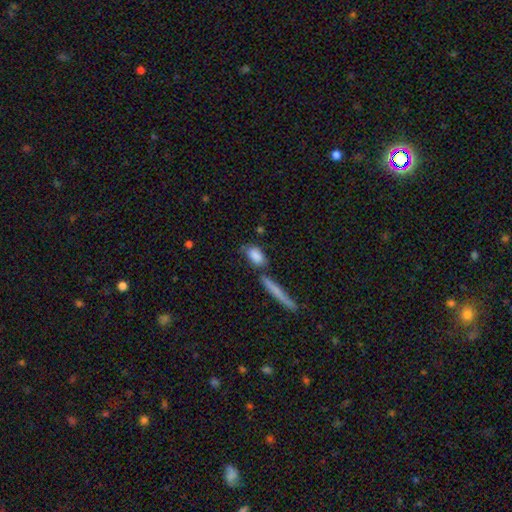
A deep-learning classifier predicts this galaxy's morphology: Q: Smooth or featured?
A: smooth (84%); runner-up: featured or disk (10%)
Q: How rounded?
A: in between (80%); runner-up: cigar-shaped (12%)
Q: Merging?
A: none (58%); runner-up: minor disturbance (18%)